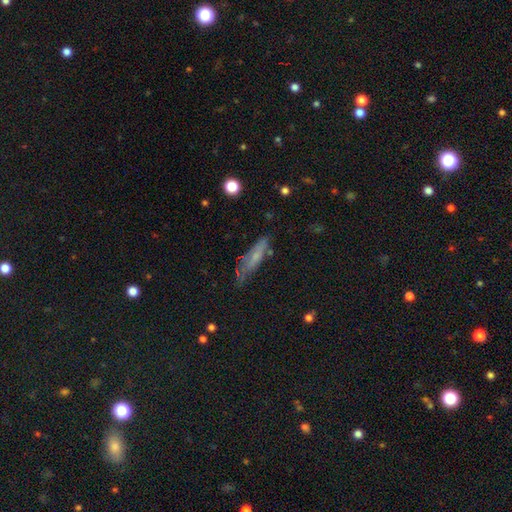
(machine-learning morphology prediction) A smooth galaxy with no disk features (55%) that is cigar-shaped (73%). Merging: none (63%).